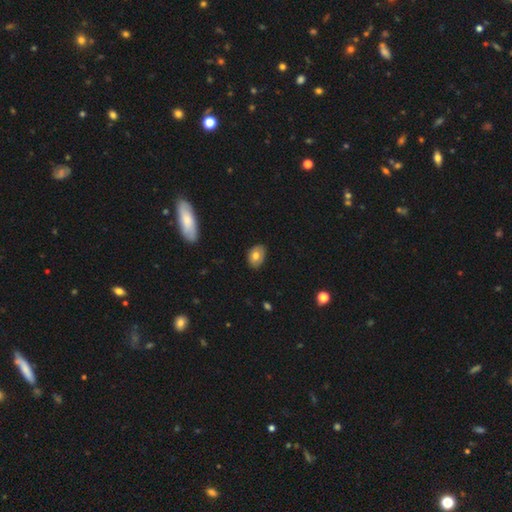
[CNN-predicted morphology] Smooth or featured? smooth (73%)
How rounded? in between (77%)
Merging? none (84%)